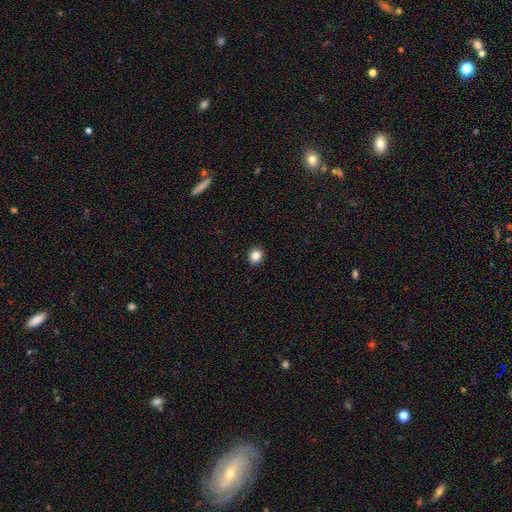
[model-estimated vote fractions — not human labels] A smooth galaxy with no disk features (84%) that is round (76%).

Vote fractions:
- Smooth or featured? smooth: 84% / star or artifact: 10% / featured or disk: 5%
- How rounded? round: 76% / in between: 23% / cigar-shaped: 1%
- Merging? none: 92% / minor disturbance: 6% / major disturbance: 2% / merger: 1%